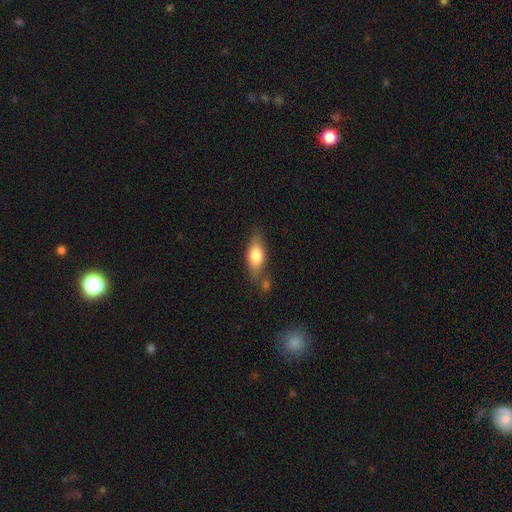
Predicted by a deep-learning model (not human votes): Smooth or featured?
  - smooth: 73% *
  - featured or disk: 21%
  - star or artifact: 7%
How rounded?
  - in between: 78% *
  - cigar-shaped: 18%
  - round: 5%
Merging?
  - none: 61% *
  - minor disturbance: 21%
  - merger: 11%
  - major disturbance: 7%